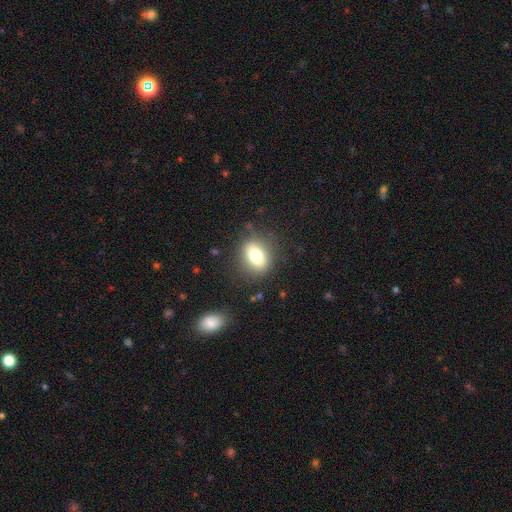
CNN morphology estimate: This appears to be a smooth galaxy with no disk features (76%) that is in between round and cigar-shaped (68%). Merging: none (81%).